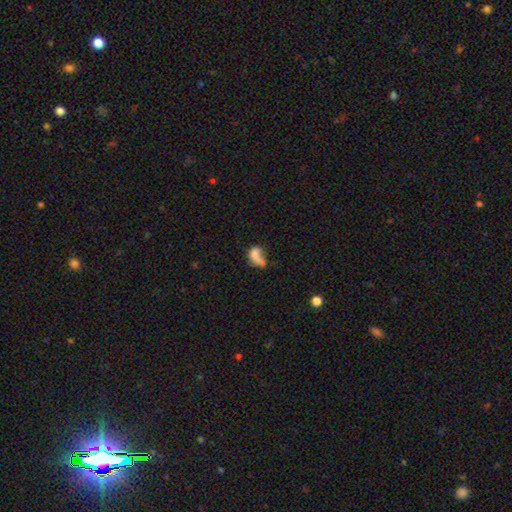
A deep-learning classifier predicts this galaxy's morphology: Smooth or featured? Predicted: smooth (p=0.64). How rounded? Predicted: in between (p=0.80). Merging? Predicted: major disturbance (p=0.34).